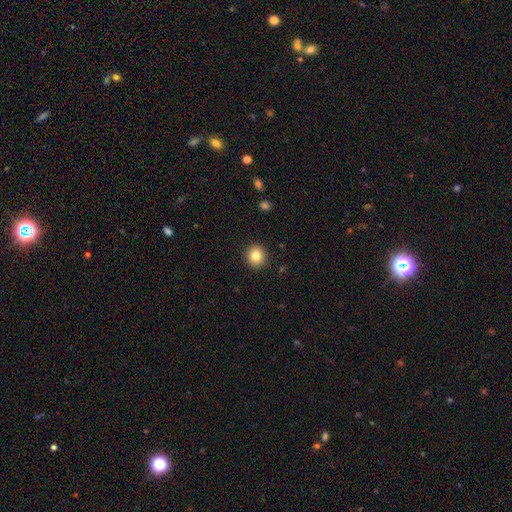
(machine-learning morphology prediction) smooth 84%, star or artifact 10%, featured or disk 6%. Down the decision tree: how rounded — round (88%); merging — none (91%).